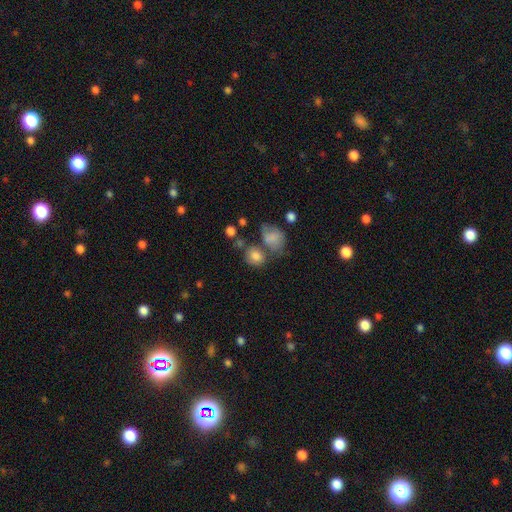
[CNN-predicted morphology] Overall: smooth (81%). How rounded: round (66%; in between 33%). Merging: none (51%; merger 27%).